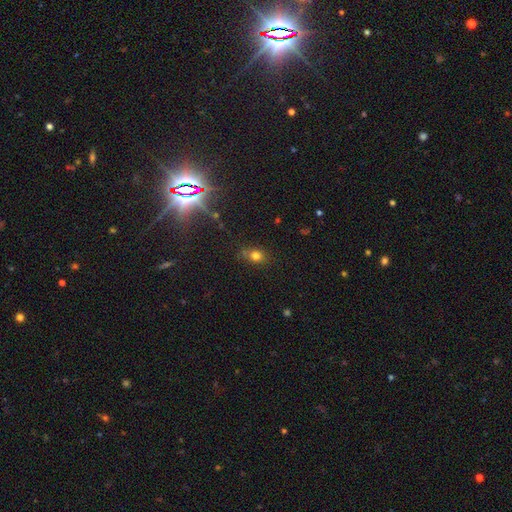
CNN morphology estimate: A smooth galaxy with no disk features (73%) that is round (56%).

Vote fractions:
- Smooth or featured? smooth: 73% / star or artifact: 19% / featured or disk: 8%
- How rounded? round: 56% / in between: 42% / cigar-shaped: 2%
- Merging? none: 72% / minor disturbance: 18% / merger: 5% / major disturbance: 5%